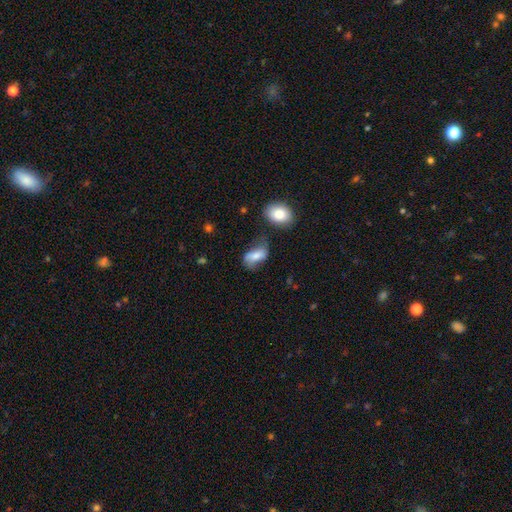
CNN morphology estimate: Smooth or featured? smooth (65%)
How rounded? in between (87%)
Merging? none (48%)